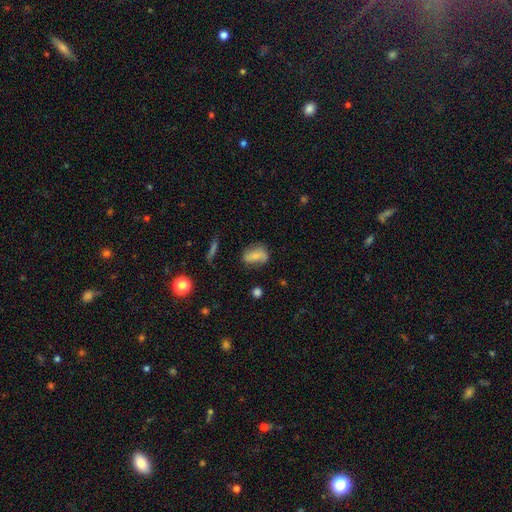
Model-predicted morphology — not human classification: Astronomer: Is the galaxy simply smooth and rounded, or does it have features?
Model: smooth — 60%.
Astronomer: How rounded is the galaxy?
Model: in between — 80%.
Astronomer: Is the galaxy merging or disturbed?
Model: none — 59%.